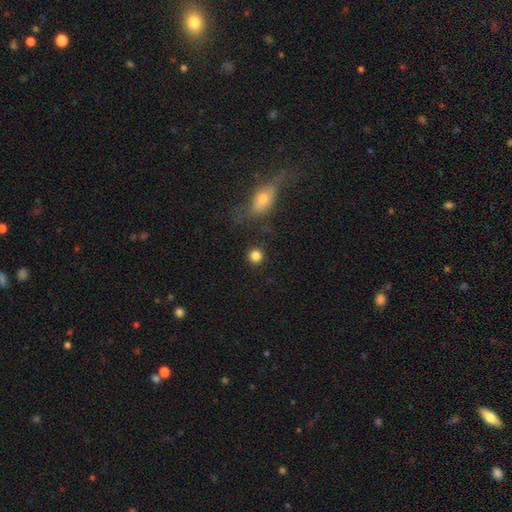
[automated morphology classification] smooth-or-featured: smooth: 84% | star or artifact: 11% | featured or disk: 5%
  how-rounded: round: 90% | in between: 9% | cigar-shaped: 1%
  merging: none: 86% | minor disturbance: 7% | merger: 4% | major disturbance: 3%